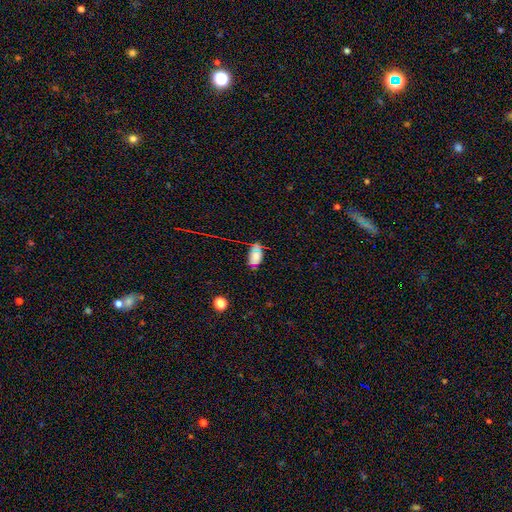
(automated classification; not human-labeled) Smooth or featured? Predicted: smooth (p=0.67). How rounded? Predicted: in between (p=0.90). Merging? Predicted: none (p=0.70).